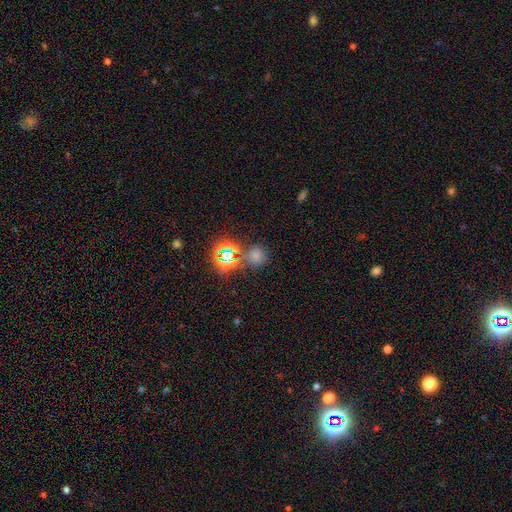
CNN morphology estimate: A smooth galaxy with no disk features (56%) that is round (81%).

Vote fractions:
- Smooth or featured? smooth: 56% / star or artifact: 37% / featured or disk: 6%
- How rounded? round: 81% / in between: 18% / cigar-shaped: 1%
- Merging? none: 74% / minor disturbance: 12% / merger: 9% / major disturbance: 5%